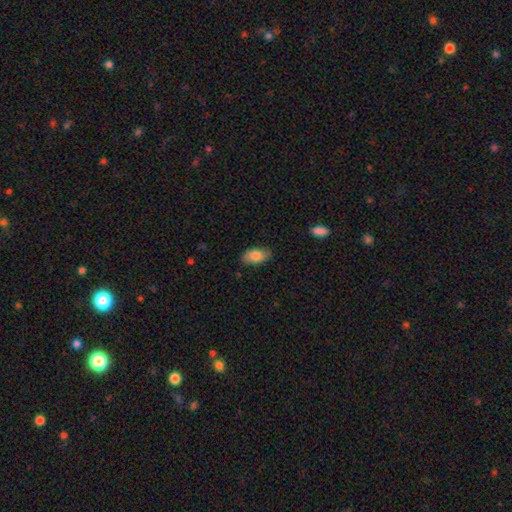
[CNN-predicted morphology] A smooth galaxy with no disk features (83%) that is in between round and cigar-shaped (93%).

Vote fractions:
- Smooth or featured? smooth: 83% / featured or disk: 10% / star or artifact: 7%
- How rounded? in between: 93% / round: 4% / cigar-shaped: 3%
- Merging? none: 82% / minor disturbance: 14% / major disturbance: 3% / merger: 1%